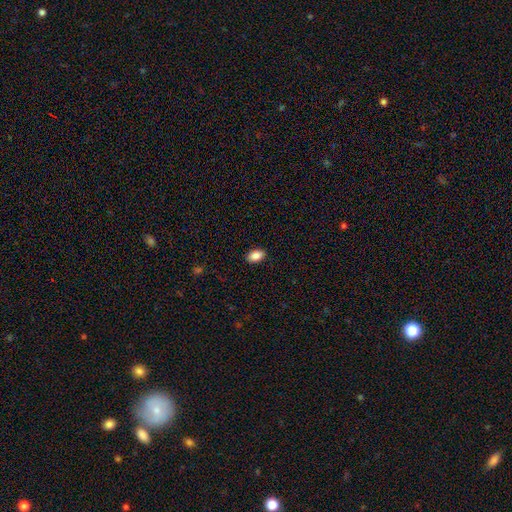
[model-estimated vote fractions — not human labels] Q: Smooth or featured?
A: smooth (88%); runner-up: star or artifact (7%)
Q: How rounded?
A: in between (92%); runner-up: round (6%)
Q: Merging?
A: none (90%); runner-up: minor disturbance (7%)